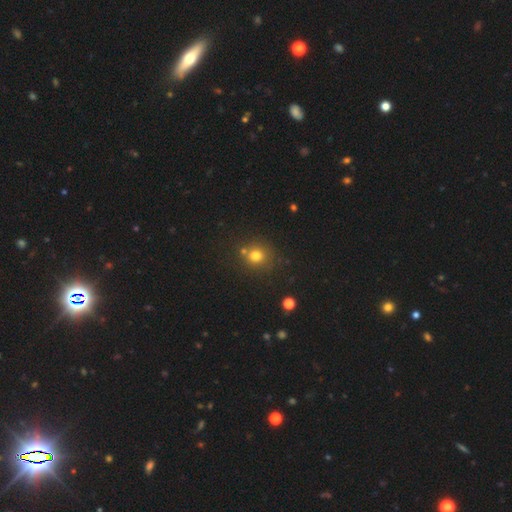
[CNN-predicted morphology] smooth 75%, star or artifact 16%, featured or disk 8%. Down the decision tree: how rounded — round (86%); merging — none (69%).